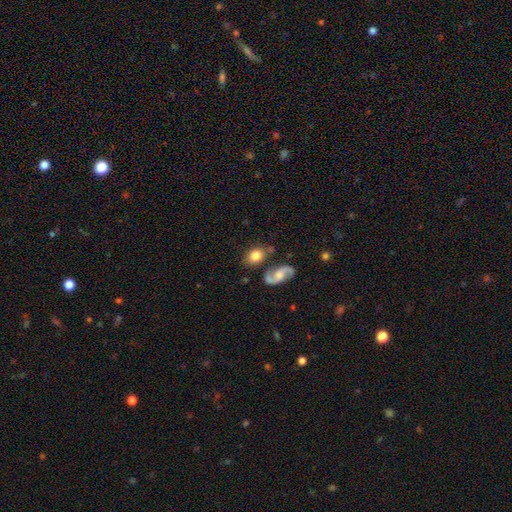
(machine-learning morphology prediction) Overall: smooth (71%). How rounded: in between (67%; round 31%). Merging: none (64%).